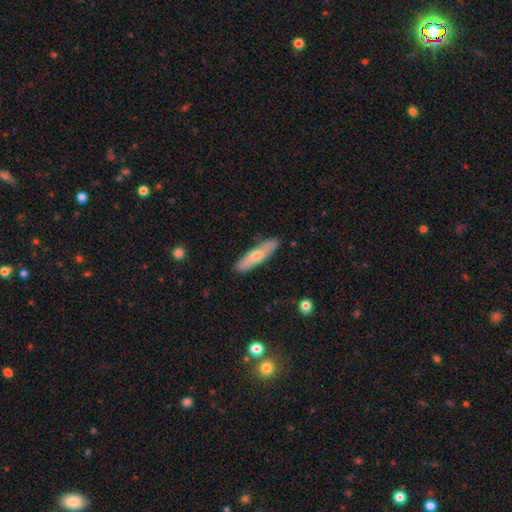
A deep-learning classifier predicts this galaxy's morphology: Smooth or featured? Predicted: smooth (p=0.52). How rounded? Predicted: cigar-shaped (p=0.76). Merging? Predicted: none (p=0.87).